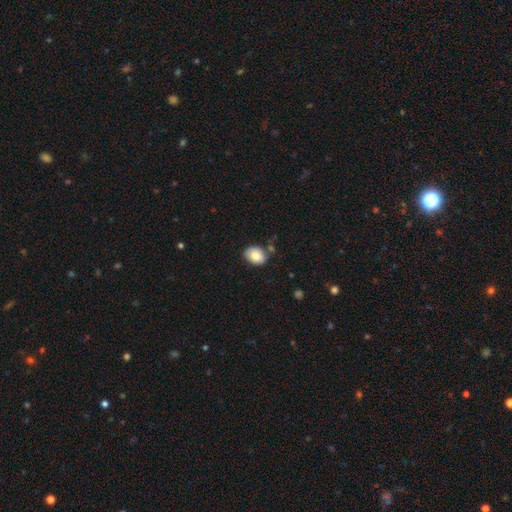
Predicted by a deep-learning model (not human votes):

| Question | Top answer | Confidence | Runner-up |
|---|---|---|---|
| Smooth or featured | smooth | 81% | featured or disk (11%) |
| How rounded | in between | 69% | round (30%) |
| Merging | none | 73% | minor disturbance (17%) |